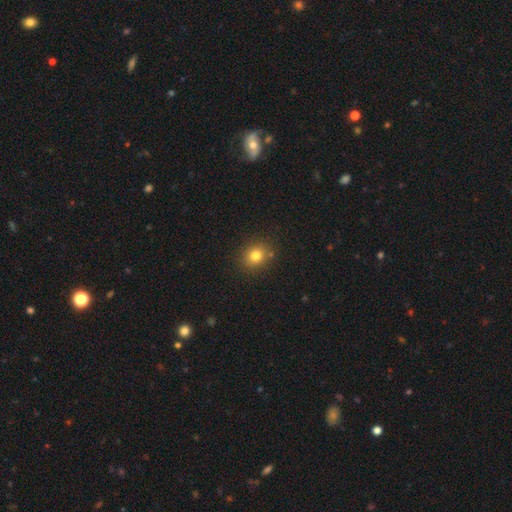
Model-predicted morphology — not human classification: A smooth galaxy with no disk features (79%) that is round (72%).

Vote fractions:
- Smooth or featured? smooth: 79% / star or artifact: 13% / featured or disk: 8%
- How rounded? round: 72% / in between: 27% / cigar-shaped: 1%
- Merging? none: 83% / minor disturbance: 10% / merger: 4% / major disturbance: 3%